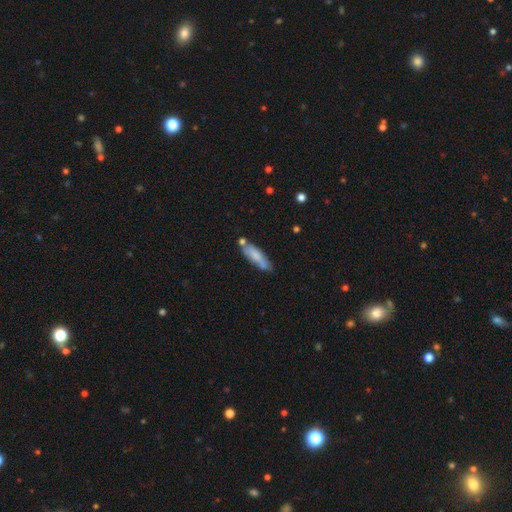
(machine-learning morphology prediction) This is likely a smooth galaxy (73%). How rounded: likely cigar-shaped (63%). Merging: possibly none (59%).